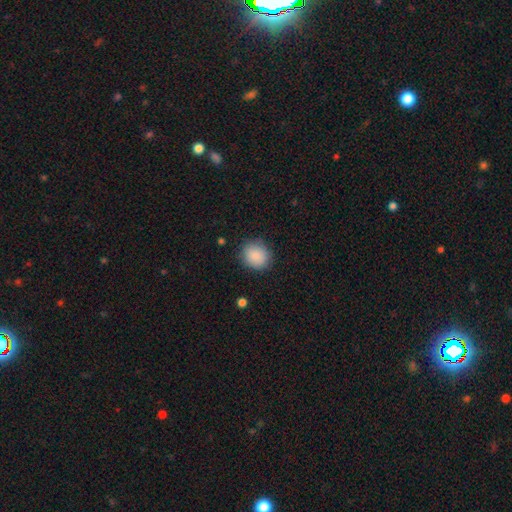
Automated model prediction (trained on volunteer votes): Q: Smooth or featured?
A: smooth (88%); runner-up: star or artifact (8%)
Q: How rounded?
A: round (78%); runner-up: in between (21%)
Q: Merging?
A: none (85%); runner-up: minor disturbance (11%)